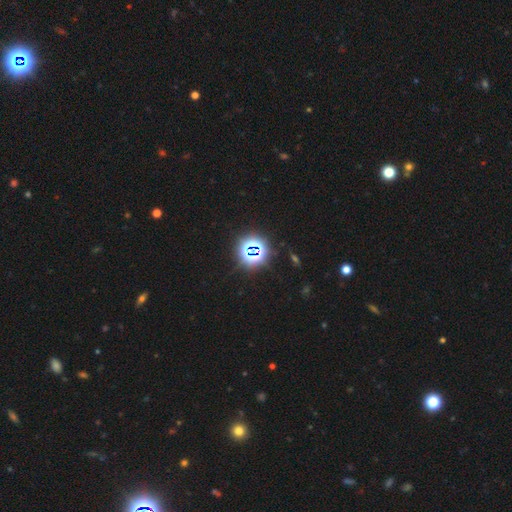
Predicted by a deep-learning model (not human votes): The model was most divided on "smooth or featured": star or artifact: 74%, smooth: 18%, featured or disk: 8%.